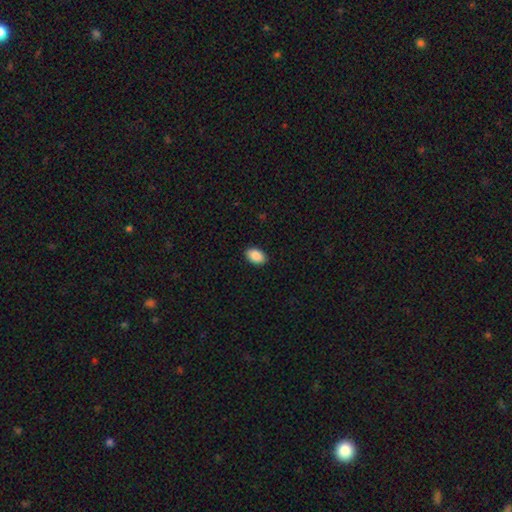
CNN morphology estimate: Q: Smooth or featured?
A: smooth (90%); runner-up: star or artifact (7%)
Q: How rounded?
A: in between (91%); runner-up: round (8%)
Q: Merging?
A: none (90%); runner-up: minor disturbance (7%)